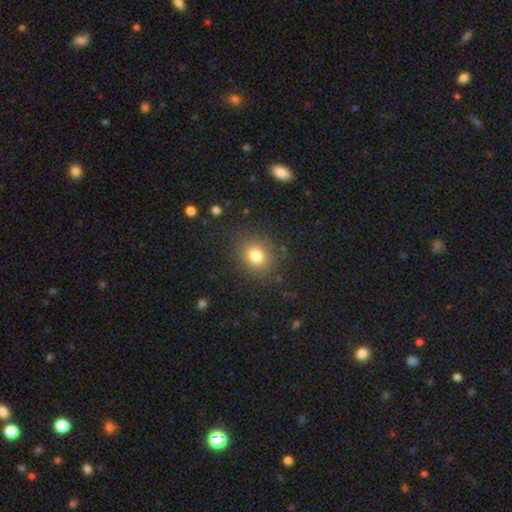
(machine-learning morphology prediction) Q: Smooth or featured?
A: smooth (77%); runner-up: star or artifact (13%)
Q: How rounded?
A: round (61%); runner-up: in between (38%)
Q: Merging?
A: none (84%); runner-up: minor disturbance (10%)